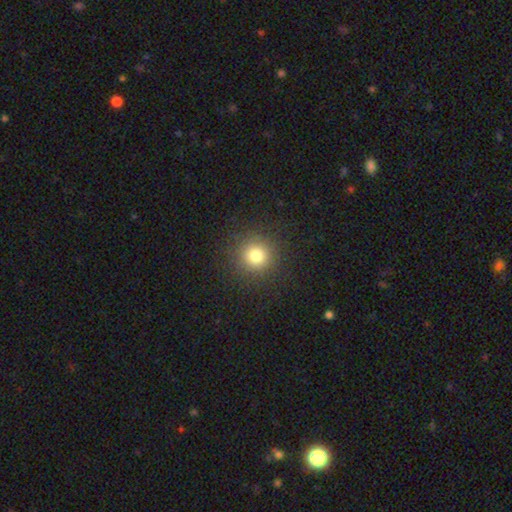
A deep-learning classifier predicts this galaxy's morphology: type=smooth (78%); roundness=round (94%); merging=none (90%).